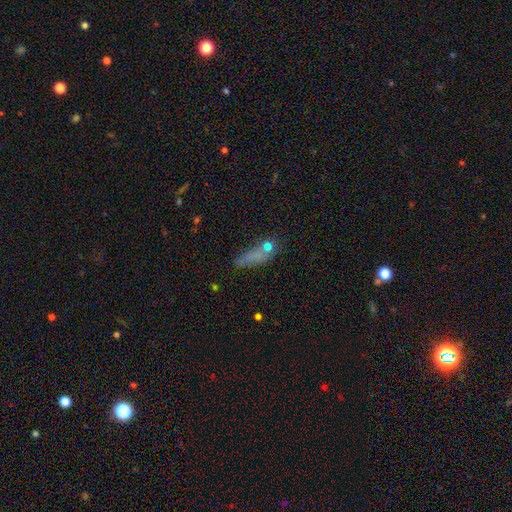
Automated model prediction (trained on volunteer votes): The model was most divided on "how rounded": cigar-shaped: 54%, in between: 39%, round: 7%. More confident: smooth or featured — smooth (62%); merging — none (53%).